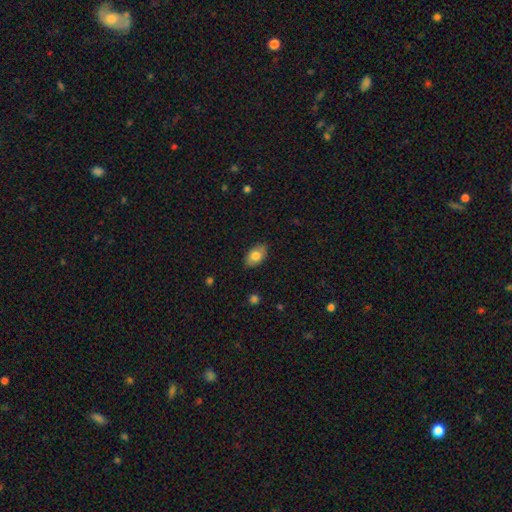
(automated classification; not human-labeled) smooth-or-featured: smooth: 77% | featured or disk: 17% | star or artifact: 7%
  how-rounded: in between: 91% | round: 7% | cigar-shaped: 2%
  merging: none: 84% | minor disturbance: 12% | major disturbance: 2% | merger: 1%